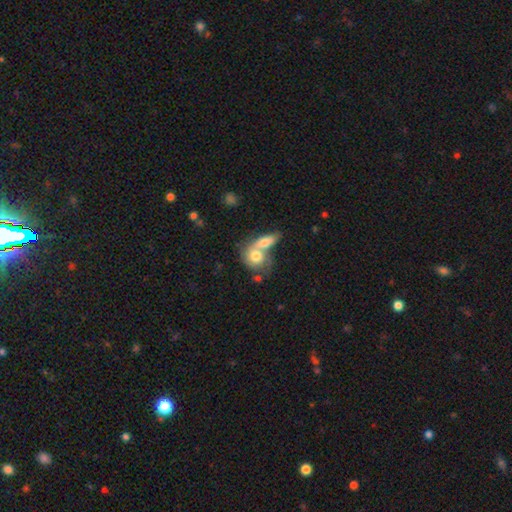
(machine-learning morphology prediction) smooth 68%, featured or disk 26%, star or artifact 6%. Down the decision tree: how rounded — round (50%); merging — merger (72%).